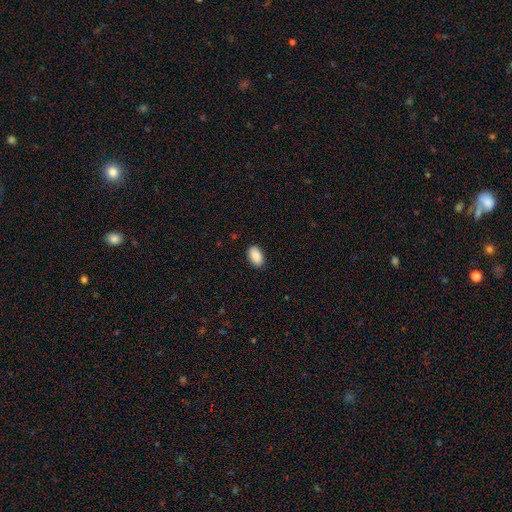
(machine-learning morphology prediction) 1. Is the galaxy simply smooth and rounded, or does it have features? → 90% smooth, 7% star or artifact, 3% featured or disk.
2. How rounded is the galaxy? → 93% in between, 6% round, 1% cigar-shaped.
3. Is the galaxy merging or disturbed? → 89% none, 8% minor disturbance, 2% major disturbance, 1% merger.